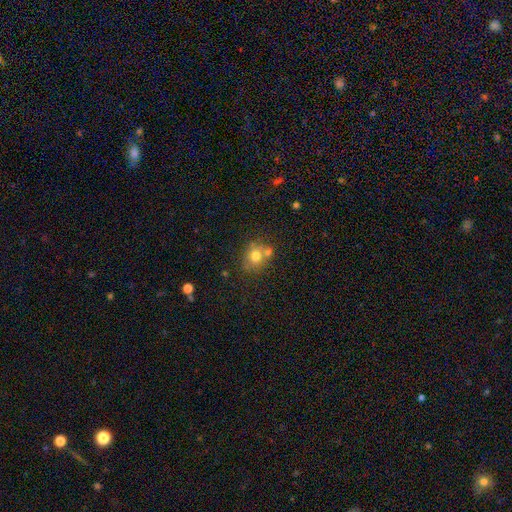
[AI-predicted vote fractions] smooth 74%, featured or disk 14%, star or artifact 12%. Down the decision tree: how rounded — round (70%); merging — none (57%).